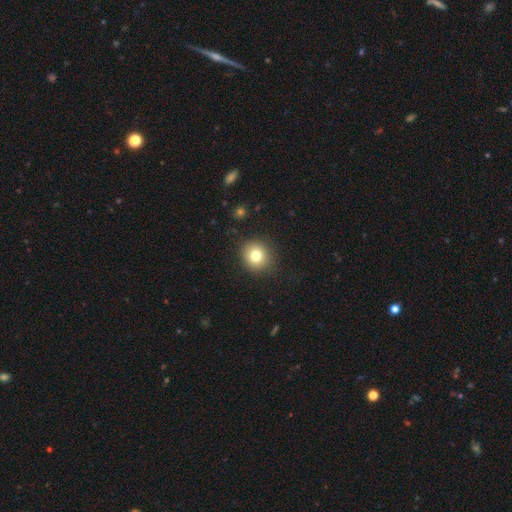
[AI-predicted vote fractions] smooth-or-featured: smooth: 78% | star or artifact: 12% | featured or disk: 10%
  how-rounded: round: 86% | in between: 14% | cigar-shaped: 1%
  merging: none: 89% | minor disturbance: 7% | major disturbance: 3% | merger: 1%